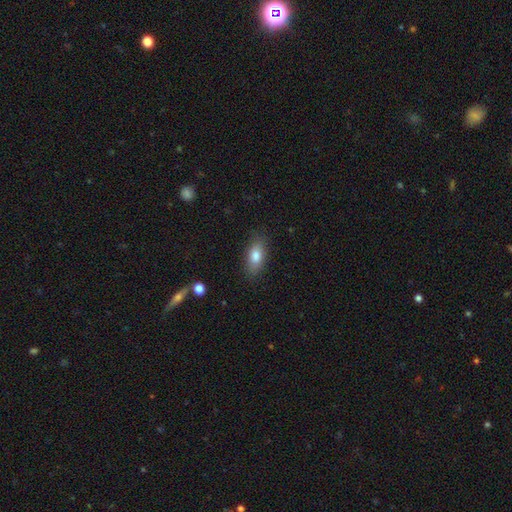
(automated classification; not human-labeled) smooth-or-featured: smooth: 81% | featured or disk: 12% | star or artifact: 7%
  how-rounded: in between: 84% | cigar-shaped: 11% | round: 5%
  merging: none: 83% | minor disturbance: 13% | major disturbance: 3% | merger: 1%